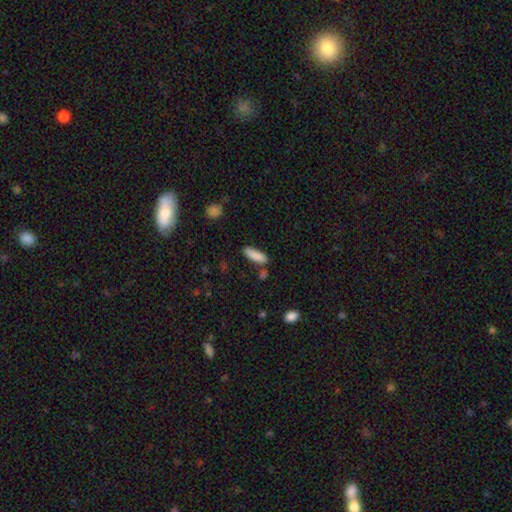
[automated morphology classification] Smooth or featured? Predicted: smooth (p=0.88). How rounded? Predicted: cigar-shaped (p=0.54). Merging? Predicted: none (p=0.77).